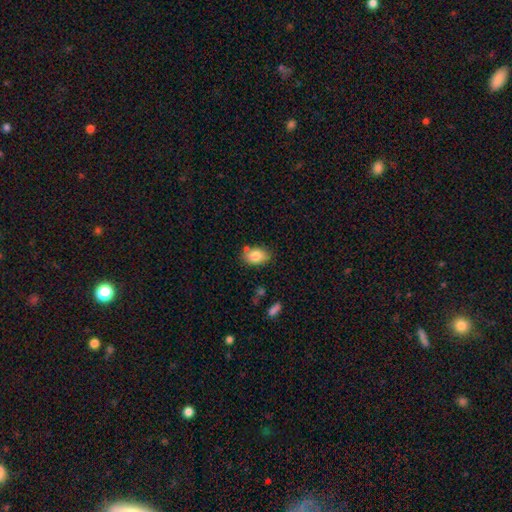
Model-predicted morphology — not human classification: This is clearly a smooth galaxy (82%). How rounded: clearly in between (85%). Merging: likely none (74%).